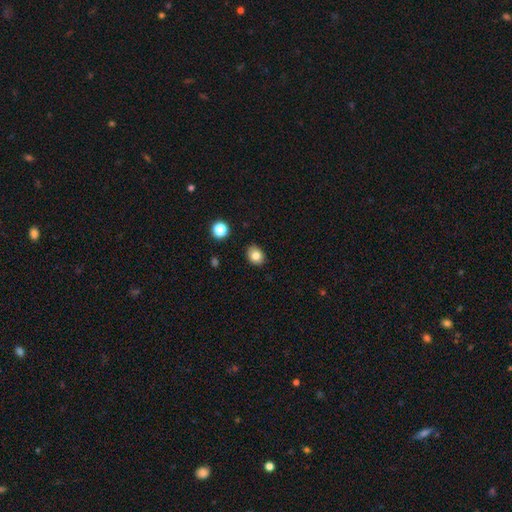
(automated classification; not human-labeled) Smooth or featured?
  - smooth: 81% *
  - star or artifact: 11%
  - featured or disk: 8%
How rounded?
  - round: 50% *
  - in between: 49%
  - cigar-shaped: 1%
Merging?
  - none: 86% *
  - minor disturbance: 10%
  - major disturbance: 2%
  - merger: 1%